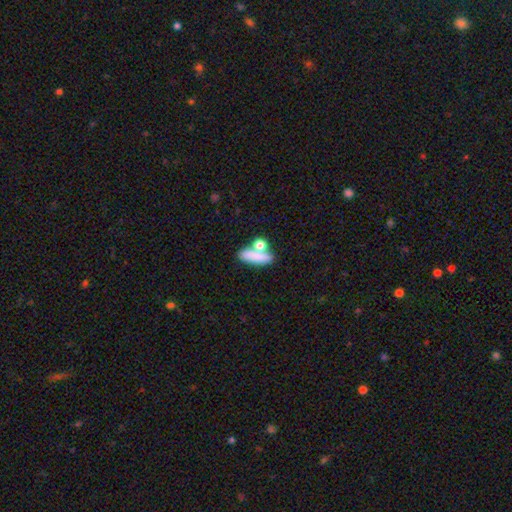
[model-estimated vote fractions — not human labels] smooth 78%, featured or disk 13%, star or artifact 9%. Down the decision tree: how rounded — in between (49%); merging — none (52%).